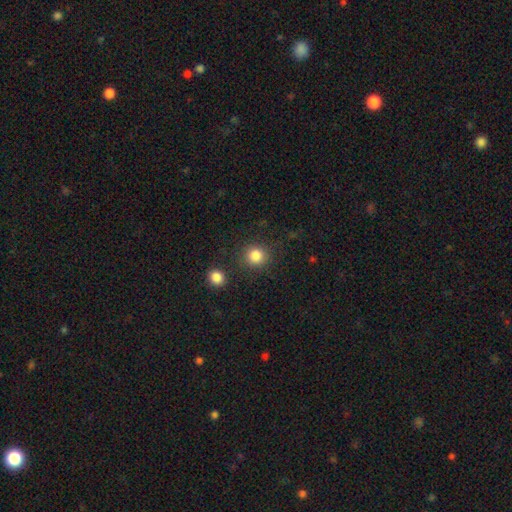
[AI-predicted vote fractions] Smooth or featured: smooth — 85% (star or artifact — 11%)
How rounded: round — 90% (in between — 9%)
Merging: none — 85% (minor disturbance — 7%)